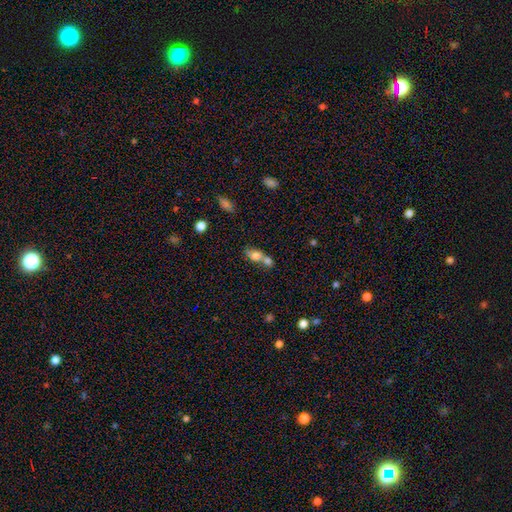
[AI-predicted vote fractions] Smooth or featured? smooth (68%)
How rounded? in between (63%)
Merging? merger (62%)